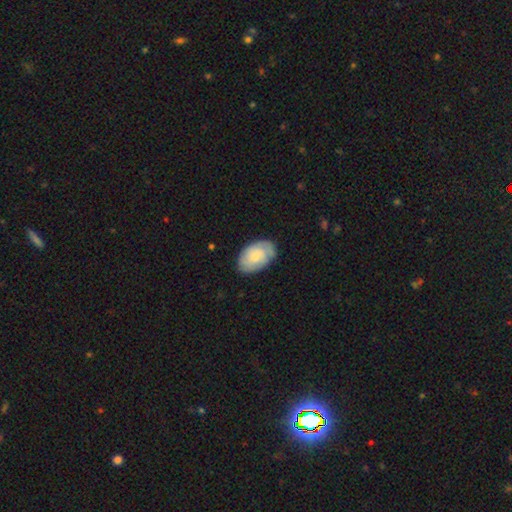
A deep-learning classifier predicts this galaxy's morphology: Q: Smooth or featured?
A: smooth (56%); runner-up: featured or disk (38%)
Q: How rounded?
A: in between (91%); runner-up: round (8%)
Q: Merging?
A: none (75%); runner-up: minor disturbance (19%)